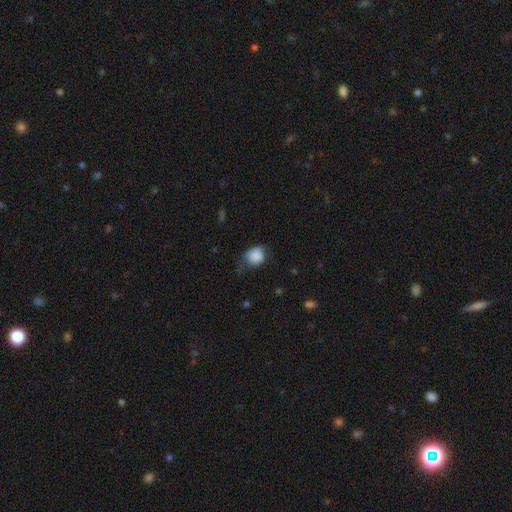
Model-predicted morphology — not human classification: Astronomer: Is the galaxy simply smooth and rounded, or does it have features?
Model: smooth — 83%.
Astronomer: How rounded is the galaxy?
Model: round — 66%.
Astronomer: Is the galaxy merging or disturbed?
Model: none — 47% (runner-up: minor disturbance, 38%).